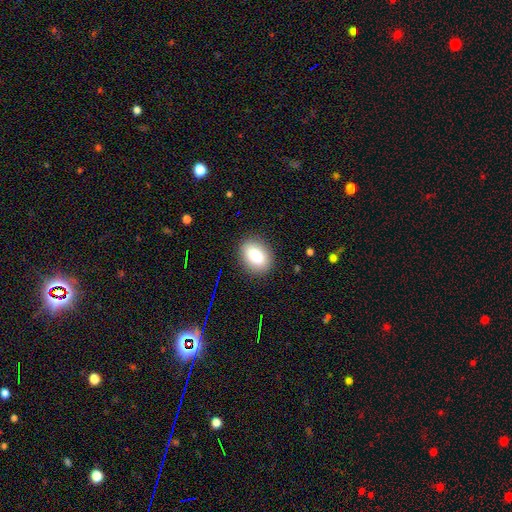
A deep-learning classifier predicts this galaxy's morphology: smooth-or-featured: smooth: 85% | star or artifact: 9% | featured or disk: 6%
  how-rounded: in between: 76% | round: 23% | cigar-shaped: 1%
  merging: none: 86% | minor disturbance: 10% | major disturbance: 3% | merger: 1%